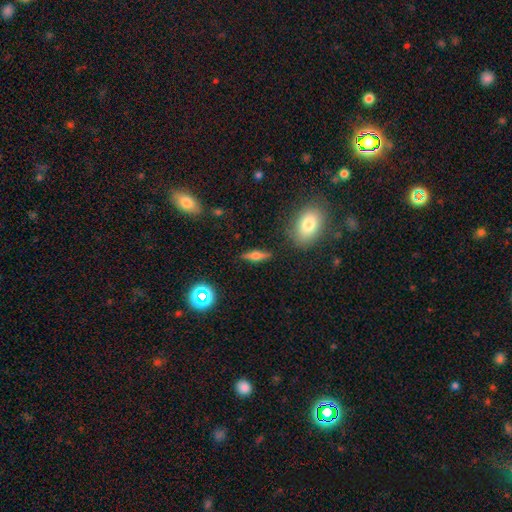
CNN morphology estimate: Overall: featured or disk (53%; smooth 38%). Edge-on disk: yes (93%). Merging: none (87%).